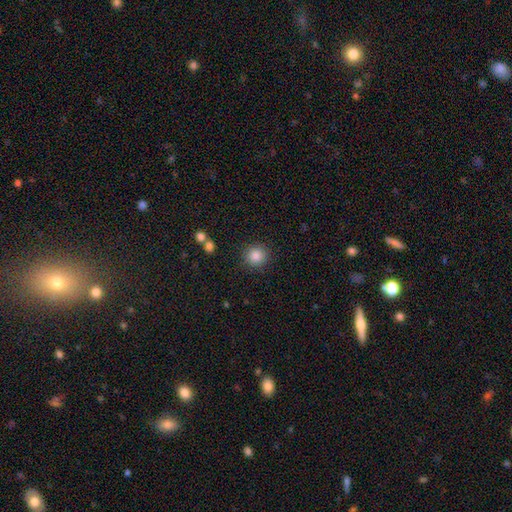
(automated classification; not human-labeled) This appears to be a smooth galaxy with no disk features (86%) that is round (92%). Merging: none (89%).